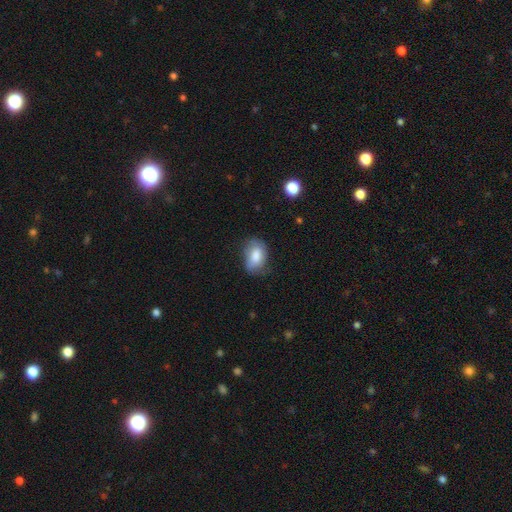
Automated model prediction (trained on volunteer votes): This appears to be a smooth galaxy with no disk features (77%) that is in between round and cigar-shaped (84%). Merging: none (58%).